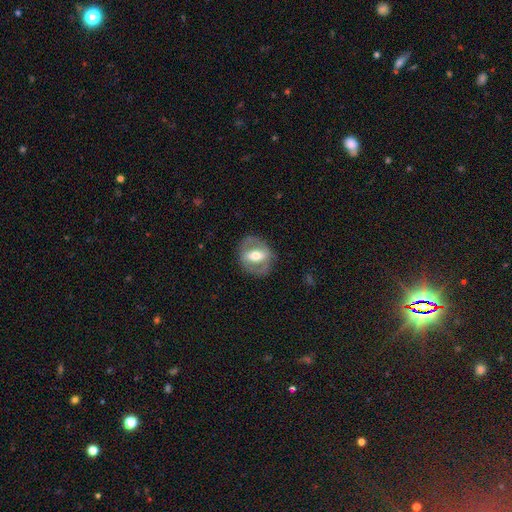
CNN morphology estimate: smooth-or-featured: featured or disk: 62% | smooth: 32% | star or artifact: 6%
  disk-edge-on: no: 90% | yes: 10%
    bar: strong: 51% | weak: 30% | no: 20%
    has-spiral-arms: no: 59% | yes: 41%
    bulge-size: moderate: 64% | large: 17% | small: 16% | dominant: 2% | none: 1%
  merging: none: 78% | minor disturbance: 13% | major disturbance: 7% | merger: 1%